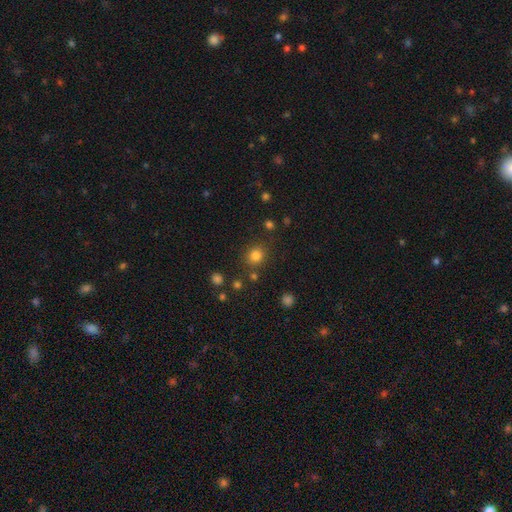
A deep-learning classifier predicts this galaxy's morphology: A smooth galaxy with no disk features (81%) that is round (83%).

Vote fractions:
- Smooth or featured? smooth: 81% / star or artifact: 14% / featured or disk: 5%
- How rounded? round: 83% / in between: 16% / cigar-shaped: 1%
- Merging? none: 82% / minor disturbance: 9% / merger: 5% / major disturbance: 4%